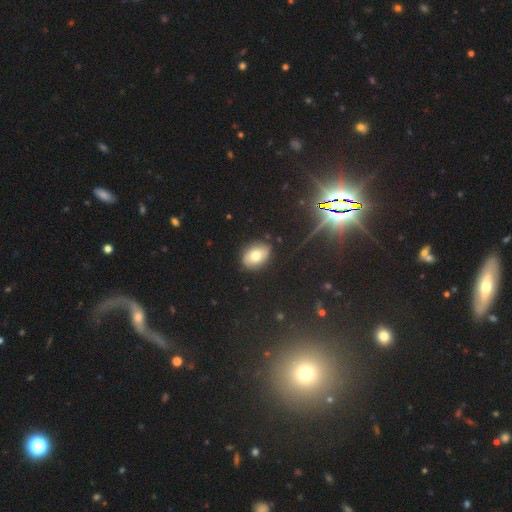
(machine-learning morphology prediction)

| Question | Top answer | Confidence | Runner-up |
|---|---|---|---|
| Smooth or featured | smooth | 71% | featured or disk (17%) |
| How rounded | in between | 77% | round (22%) |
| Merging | none | 84% | minor disturbance (11%) |